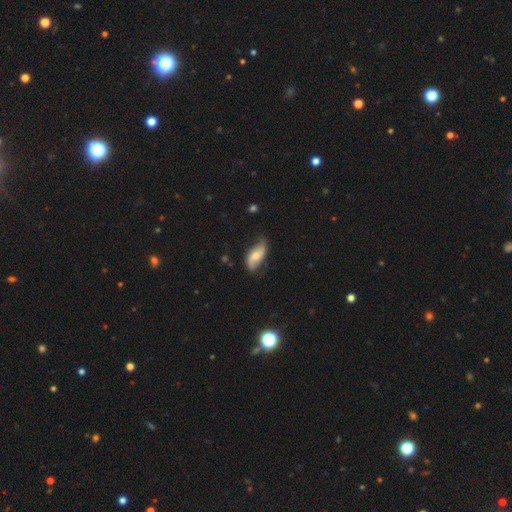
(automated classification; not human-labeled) smooth_or_featured: featured or disk (p=0.61) [alt: smooth p=0.32]
disk_edge_on: no (p=0.93) [alt: yes p=0.07]
bar: no (p=0.57) [alt: weak p=0.32]
has_spiral_arms: yes (p=0.89) [alt: no p=0.11]
spiral_winding: loose (p=0.67) [alt: medium p=0.23]
spiral_arm_count: 2 (p=0.87) [alt: can't tell p=0.07]
bulge_size: moderate (p=0.54) [alt: small p=0.35]
merging: none (p=0.67) [alt: minor disturbance p=0.25]